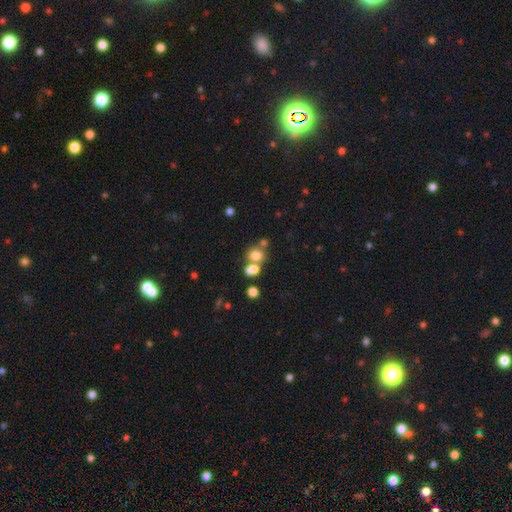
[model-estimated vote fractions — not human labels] A smooth galaxy with no disk features (73%) that is round (74%). Merging: none (46%).